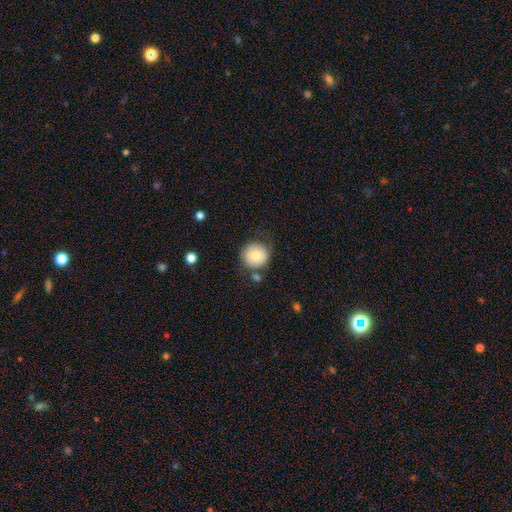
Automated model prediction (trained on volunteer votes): The model was most divided on "merging": none: 73%, minor disturbance: 15%, merger: 7%, major disturbance: 5%. More confident: how rounded — round (94%); smooth or featured — smooth (76%).